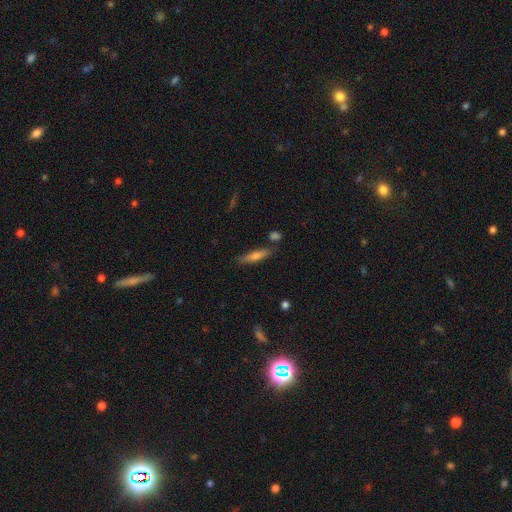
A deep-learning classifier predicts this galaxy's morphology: type=smooth (51%); roundness=cigar-shaped (82%); merging=none (81%).